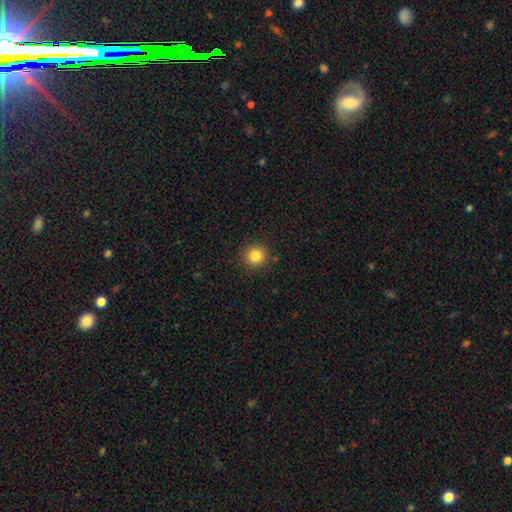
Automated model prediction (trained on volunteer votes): smooth 84%, star or artifact 11%, featured or disk 5%. Down the decision tree: how rounded — round (92%); merging — none (90%).